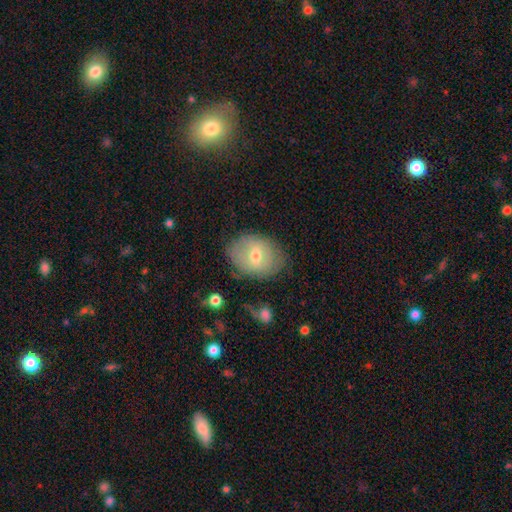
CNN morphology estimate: Smooth or featured: smooth — 53% (featured or disk — 39%)
How rounded: in between — 67% (round — 31%)
Merging: none — 72% (minor disturbance — 20%)